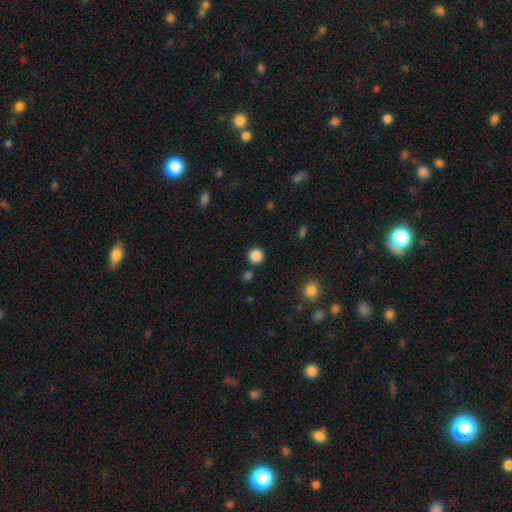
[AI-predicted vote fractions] Smooth or featured: smooth — 86% (star or artifact — 11%)
How rounded: round — 94% (in between — 5%)
Merging: none — 88% (minor disturbance — 6%)